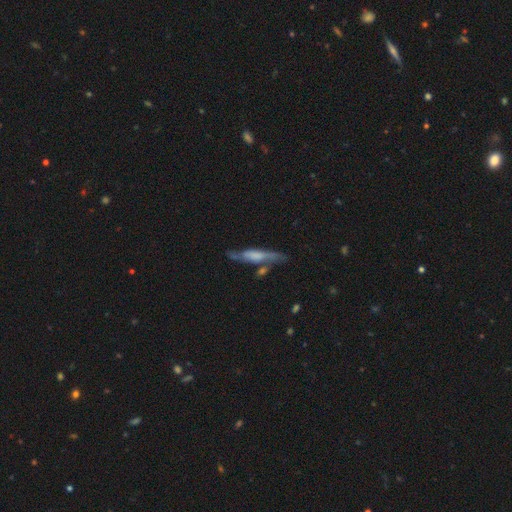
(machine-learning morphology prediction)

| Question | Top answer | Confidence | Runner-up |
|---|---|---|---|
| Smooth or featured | featured or disk | 56% | smooth (37%) |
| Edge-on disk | yes | 72% | no (28%) |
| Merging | none | 56% | minor disturbance (23%) |